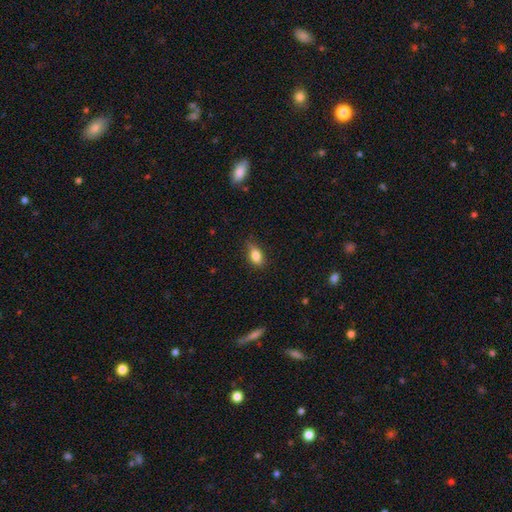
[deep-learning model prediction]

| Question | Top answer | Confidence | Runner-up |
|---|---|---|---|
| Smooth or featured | smooth | 82% | featured or disk (10%) |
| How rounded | in between | 84% | round (10%) |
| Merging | none | 72% | minor disturbance (23%) |